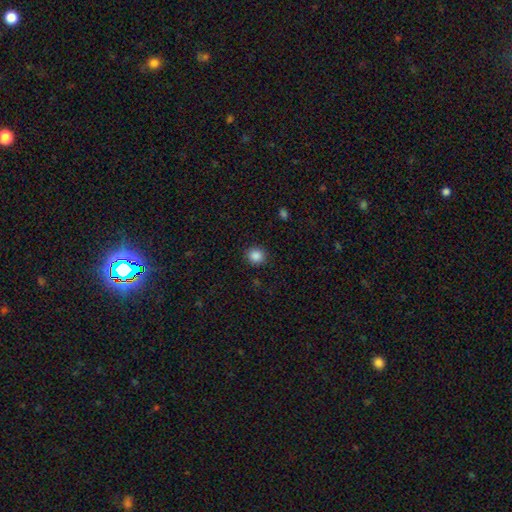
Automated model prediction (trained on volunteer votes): smooth_or_featured: smooth (p=0.87) [alt: star or artifact p=0.10]
how_rounded: round (p=0.89) [alt: in between p=0.10]
merging: none (p=0.90) [alt: minor disturbance p=0.06]